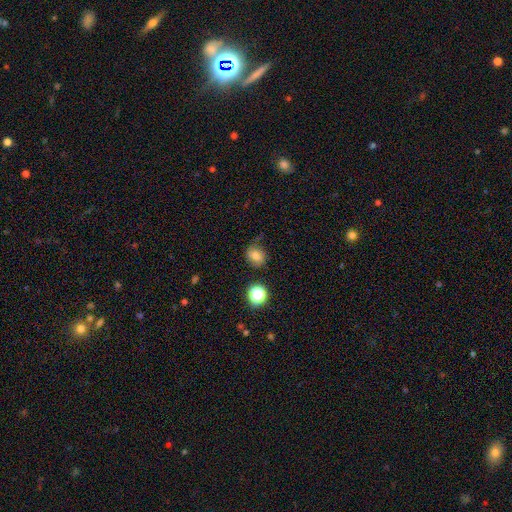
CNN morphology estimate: This appears to be a smooth galaxy with no disk features (69%) that is round (62%). Merging: none (67%).